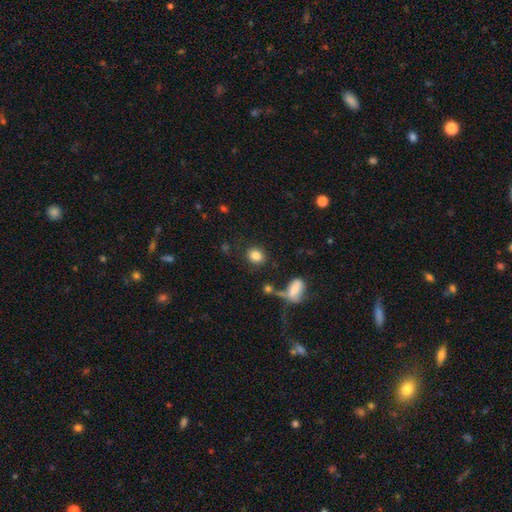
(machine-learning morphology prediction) Overall: smooth (84%). How rounded: round (67%; in between 31%). Merging: none (82%).